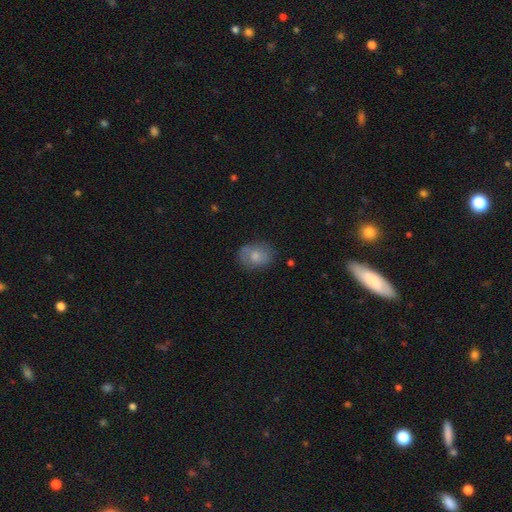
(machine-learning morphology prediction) type=smooth (72%); roundness=in between (58%); merging=none (72%).